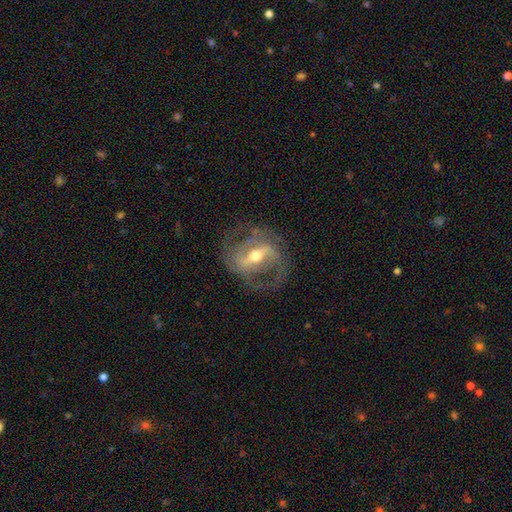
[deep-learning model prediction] Smooth or featured? featured or disk (86%)
Edge-on disk? no (93%)
Bar? strong (64%)
Spiral arms? yes (87%)
Spiral winding? medium (51%)
Spiral arm count? 2 (82%)
Bulge size? moderate (68%)
Merging? none (69%)